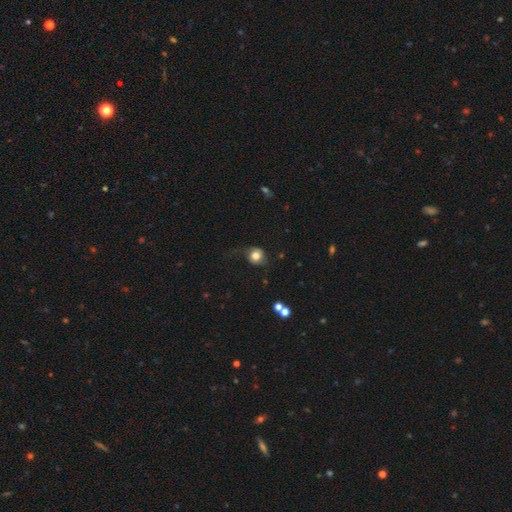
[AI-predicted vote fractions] Overall: smooth (72%). How rounded: round (78%). Merging: none (48%; minor disturbance 25%).